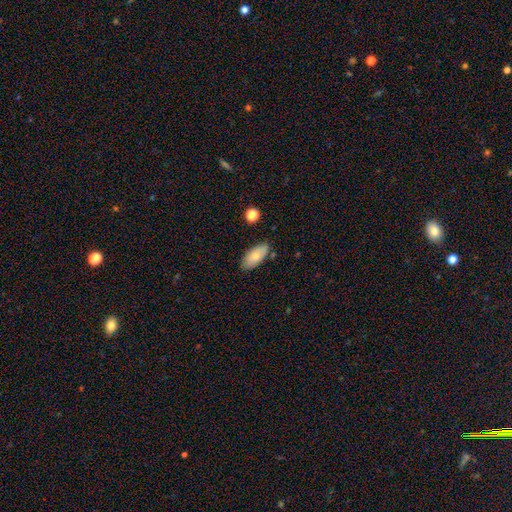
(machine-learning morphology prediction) The model was most divided on "smooth or featured": smooth: 76%, featured or disk: 17%, star or artifact: 7%. More confident: how rounded — in between (91%); merging — none (82%).